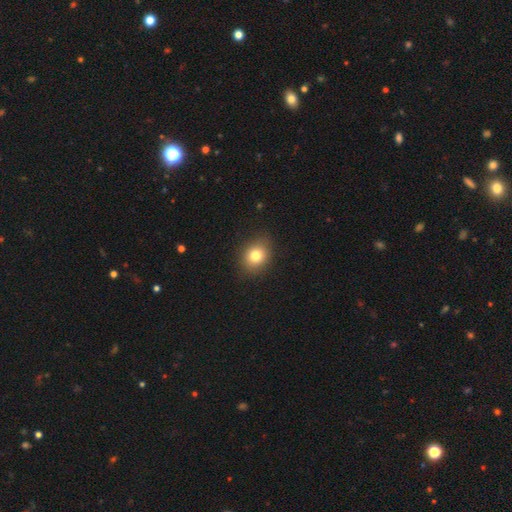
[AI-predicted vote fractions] This is likely a smooth galaxy (80%). How rounded: possibly round (53%). Merging: clearly none (86%).